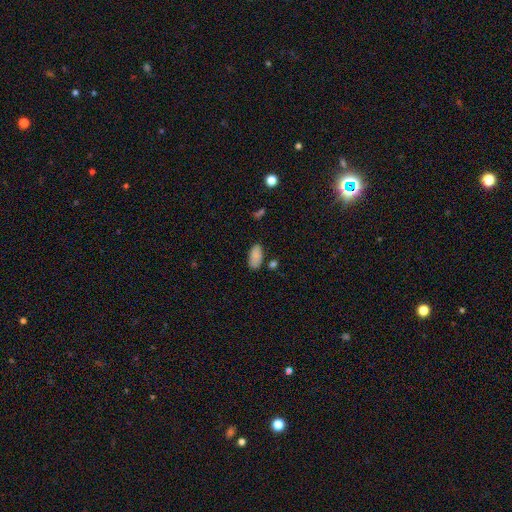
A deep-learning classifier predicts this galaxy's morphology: This is clearly a smooth galaxy (87%). How rounded: clearly in between (94%). Merging: likely none (76%).